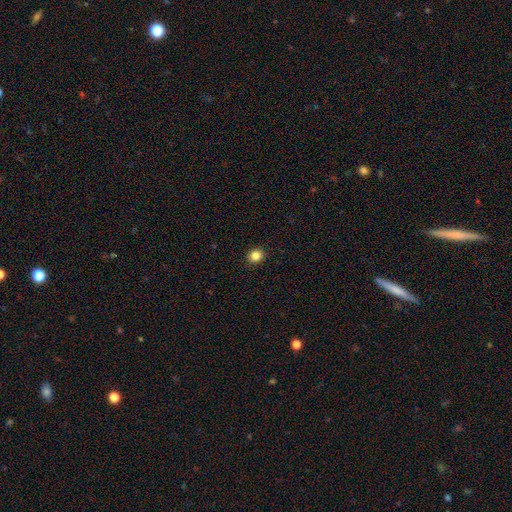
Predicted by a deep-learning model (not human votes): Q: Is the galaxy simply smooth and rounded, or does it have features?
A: smooth — 84%.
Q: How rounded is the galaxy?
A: round — 71%.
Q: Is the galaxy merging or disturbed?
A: none — 92%.